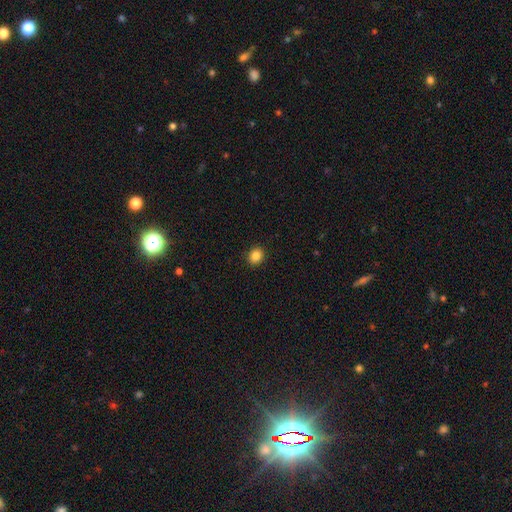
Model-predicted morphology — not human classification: Smooth or featured: smooth — 86% (star or artifact — 11%)
How rounded: round — 74% (in between — 25%)
Merging: none — 92% (minor disturbance — 5%)